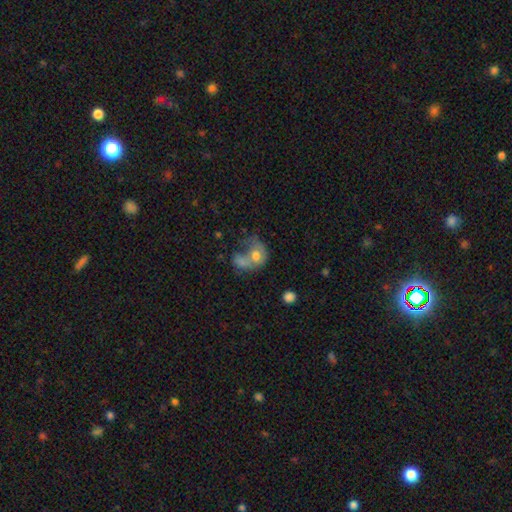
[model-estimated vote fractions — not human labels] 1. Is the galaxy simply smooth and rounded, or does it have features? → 63% smooth, 29% featured or disk, 9% star or artifact.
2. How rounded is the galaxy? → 58% in between, 40% round, 2% cigar-shaped.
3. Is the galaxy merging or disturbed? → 64% merger, 15% major disturbance, 13% none, 8% minor disturbance.